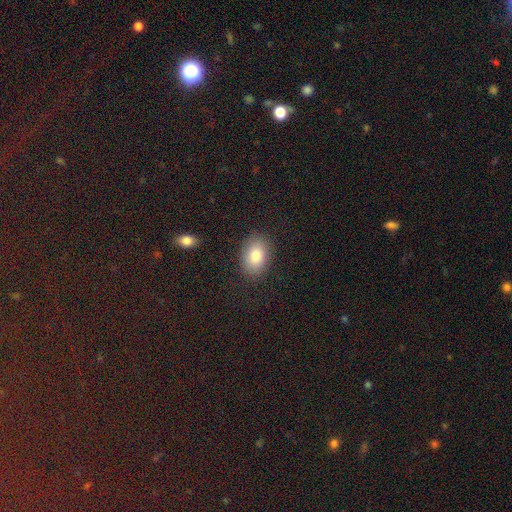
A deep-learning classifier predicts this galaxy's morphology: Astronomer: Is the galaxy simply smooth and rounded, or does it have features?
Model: smooth — 82%.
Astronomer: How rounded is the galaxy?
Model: in between — 84%.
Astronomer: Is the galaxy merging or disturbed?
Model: none — 86%.